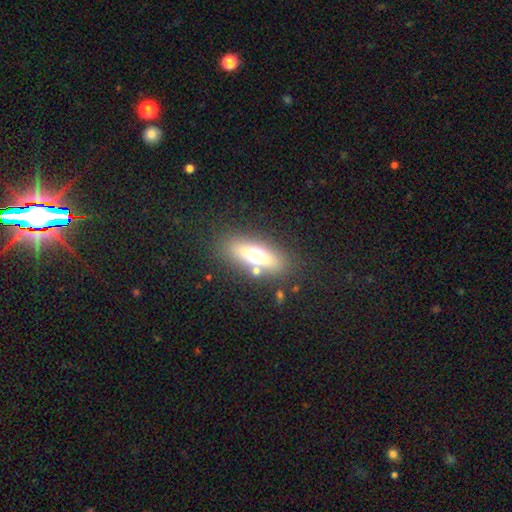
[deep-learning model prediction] Overall: smooth (56%; featured or disk 32%). How rounded: in between (64%; cigar-shaped 30%). Merging: none (77%).